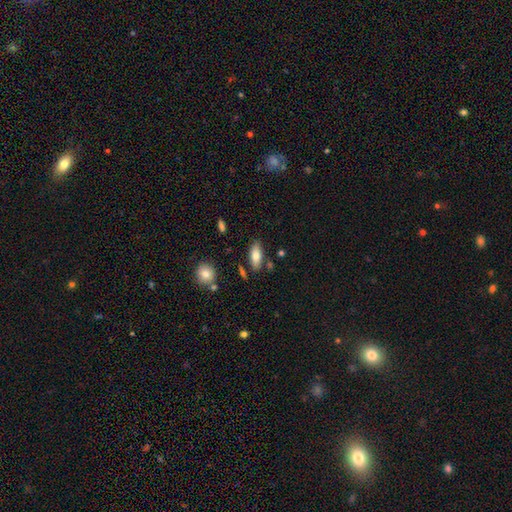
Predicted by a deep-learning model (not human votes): smooth 77%, featured or disk 16%, star or artifact 7%. Down the decision tree: how rounded — in between (82%); merging — none (80%).